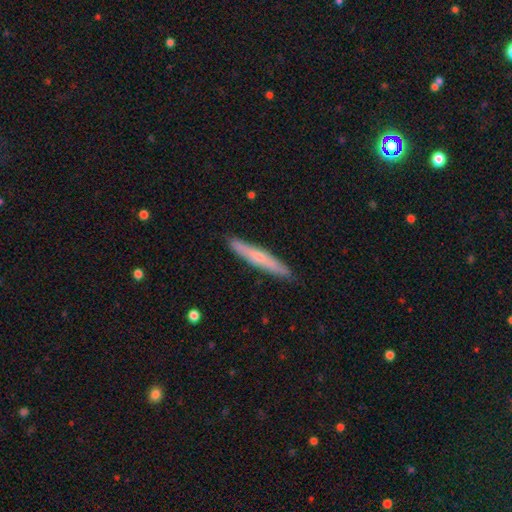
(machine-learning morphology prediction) type=smooth (48%); merging=none (89%).